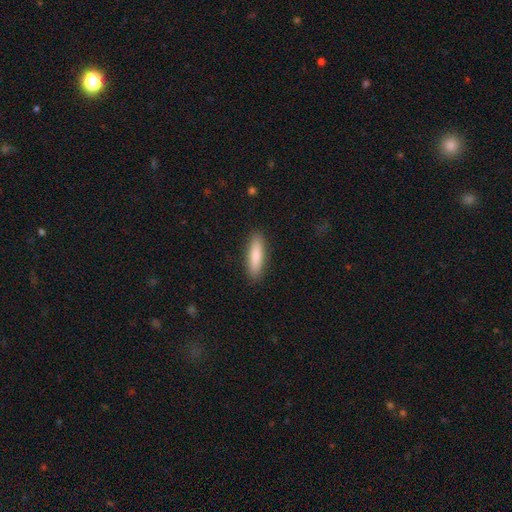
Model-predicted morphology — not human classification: Smooth or featured?
  - smooth: 85% *
  - featured or disk: 10%
  - star or artifact: 5%
How rounded?
  - cigar-shaped: 67% *
  - in between: 31%
  - round: 1%
Merging?
  - none: 89% *
  - minor disturbance: 8%
  - major disturbance: 2%
  - merger: 1%